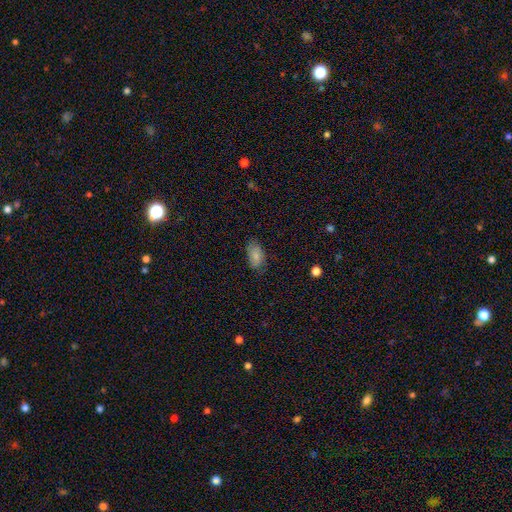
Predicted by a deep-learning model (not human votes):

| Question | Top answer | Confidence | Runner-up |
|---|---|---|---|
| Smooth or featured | smooth | 75% | featured or disk (18%) |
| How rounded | in between | 93% | round (5%) |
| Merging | none | 73% | minor disturbance (21%) |